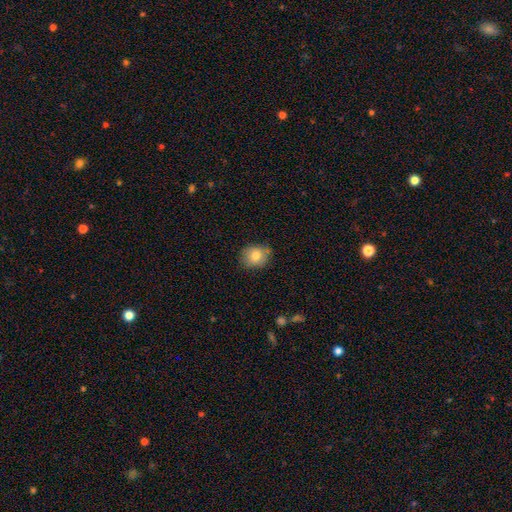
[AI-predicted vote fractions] Morphology: type=smooth (78%); roundness=round (62%); merging=none (75%).